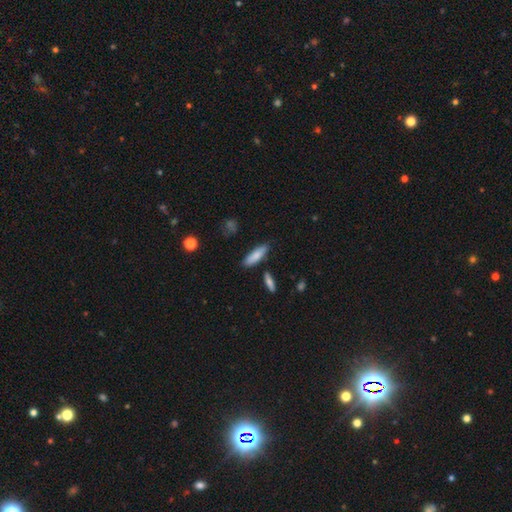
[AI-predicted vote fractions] Smooth or featured?
  - smooth: 80% *
  - featured or disk: 13%
  - star or artifact: 6%
How rounded?
  - cigar-shaped: 52% *
  - in between: 46%
  - round: 2%
Merging?
  - none: 77% *
  - minor disturbance: 16%
  - merger: 5%
  - major disturbance: 3%